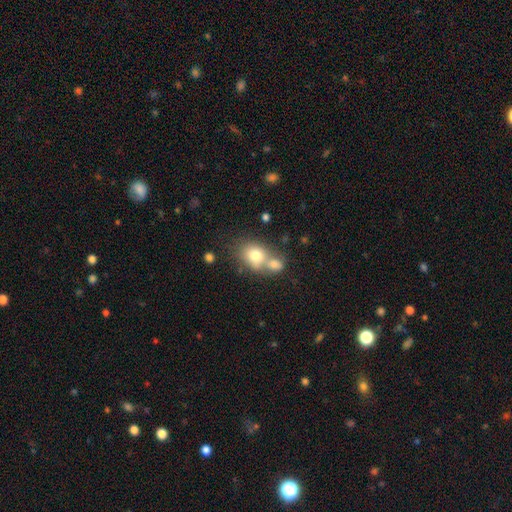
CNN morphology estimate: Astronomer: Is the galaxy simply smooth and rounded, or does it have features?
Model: smooth — 76%.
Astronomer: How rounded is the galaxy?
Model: in between — 50% (runner-up: round, 49%).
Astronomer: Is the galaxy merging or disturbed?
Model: merger — 52% (runner-up: none, 34%).